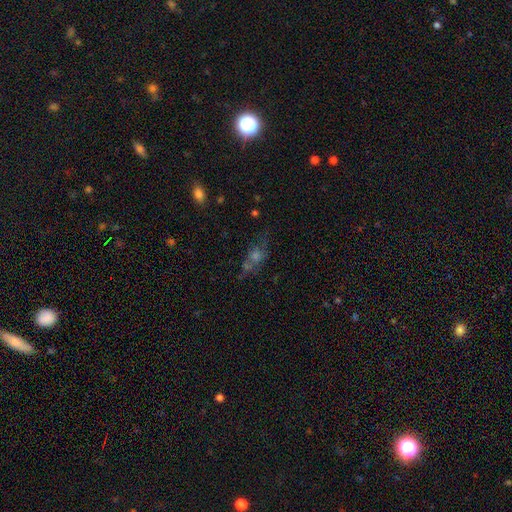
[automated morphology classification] This is marginally a smooth galaxy (39%). Merging: possibly none (52%).